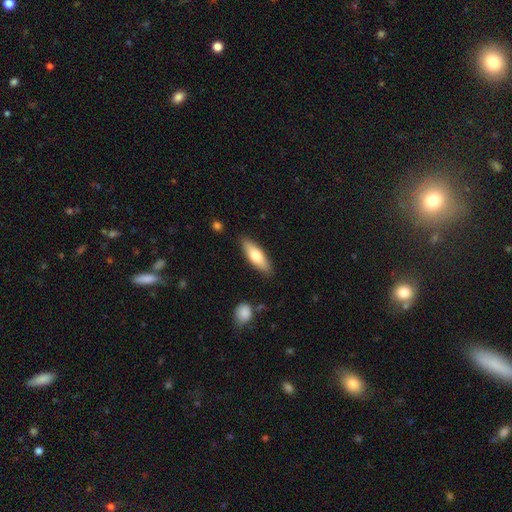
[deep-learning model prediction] Overall: smooth (67%). How rounded: in between (54%; cigar-shaped 45%). Merging: none (86%).